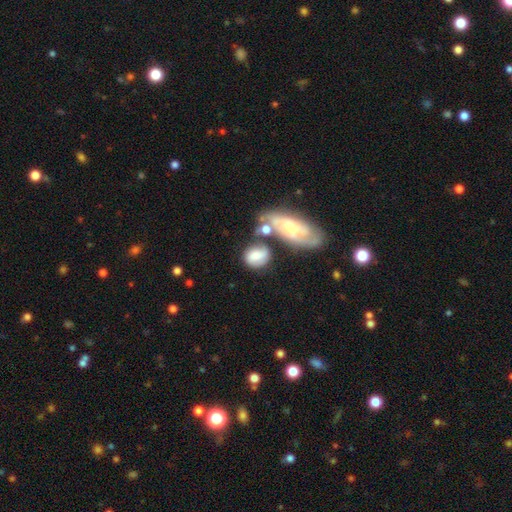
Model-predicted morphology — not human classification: This is likely a smooth galaxy (61%). How rounded: possibly round (49%). Merging: possibly none (48%).